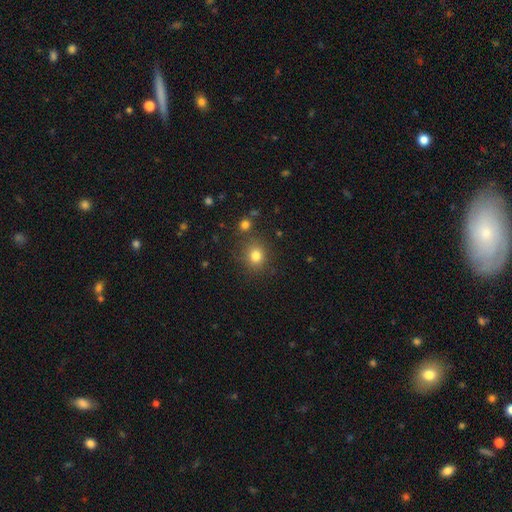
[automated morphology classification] A smooth galaxy with no disk features (79%) that is round (78%).

Vote fractions:
- Smooth or featured? smooth: 79% / star or artifact: 14% / featured or disk: 7%
- How rounded? round: 78% / in between: 21% / cigar-shaped: 1%
- Merging? none: 80% / minor disturbance: 11% / merger: 6% / major disturbance: 4%